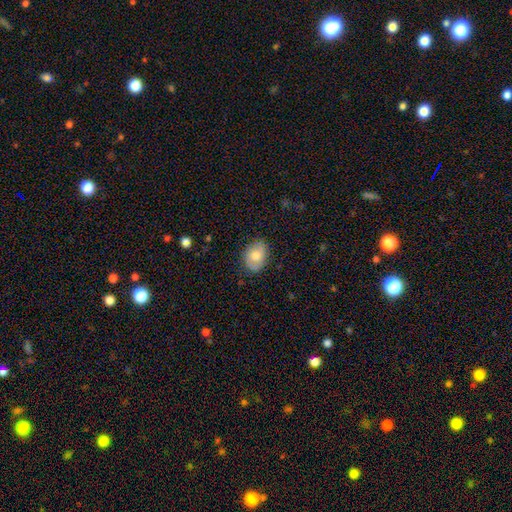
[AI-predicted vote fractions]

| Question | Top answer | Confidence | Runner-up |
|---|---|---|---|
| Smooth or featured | smooth | 67% | featured or disk (26%) |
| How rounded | in between | 72% | round (27%) |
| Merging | none | 80% | minor disturbance (16%) |